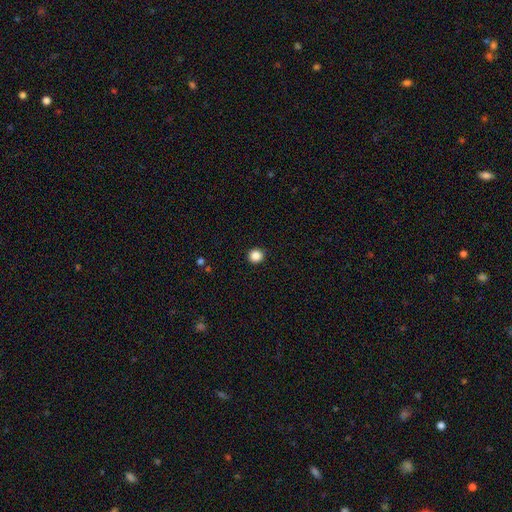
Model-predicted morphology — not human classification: Q: Smooth or featured?
A: smooth (86%); runner-up: star or artifact (11%)
Q: How rounded?
A: round (92%); runner-up: in between (7%)
Q: Merging?
A: none (93%); runner-up: minor disturbance (5%)